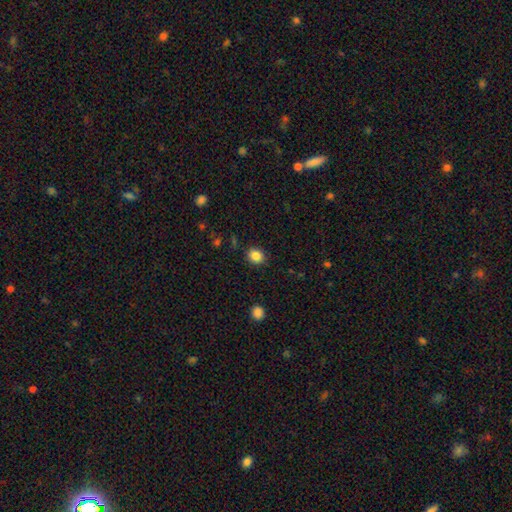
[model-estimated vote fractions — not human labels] Smooth or featured? Predicted: smooth (p=0.85). How rounded? Predicted: round (p=0.72). Merging? Predicted: none (p=0.88).